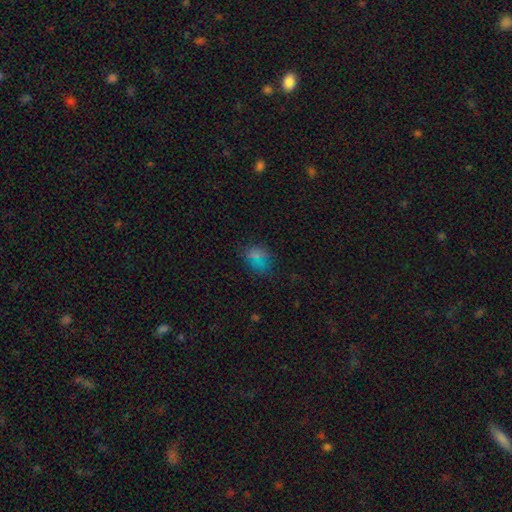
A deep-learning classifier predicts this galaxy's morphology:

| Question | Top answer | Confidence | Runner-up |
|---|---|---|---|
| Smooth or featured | smooth | 59% | star or artifact (27%) |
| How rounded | in between | 58% | round (40%) |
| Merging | none | 57% | minor disturbance (23%) |